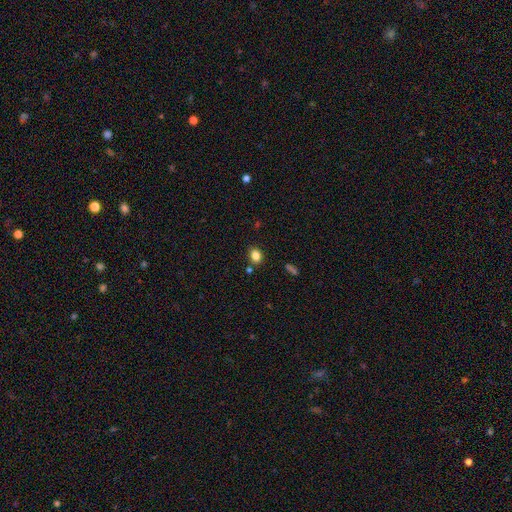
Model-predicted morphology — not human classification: Q: Smooth or featured?
A: smooth (83%); runner-up: star or artifact (11%)
Q: How rounded?
A: in between (56%); runner-up: round (43%)
Q: Merging?
A: none (82%); runner-up: minor disturbance (10%)